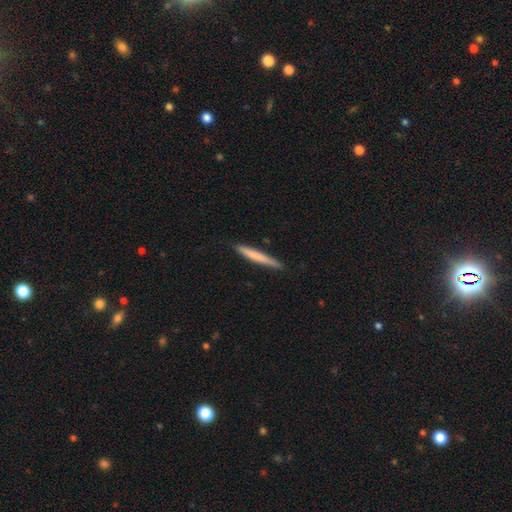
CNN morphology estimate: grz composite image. It shows a smooth galaxy with no disk features (68%) that is cigar-shaped (96%). Merging: none (89%).